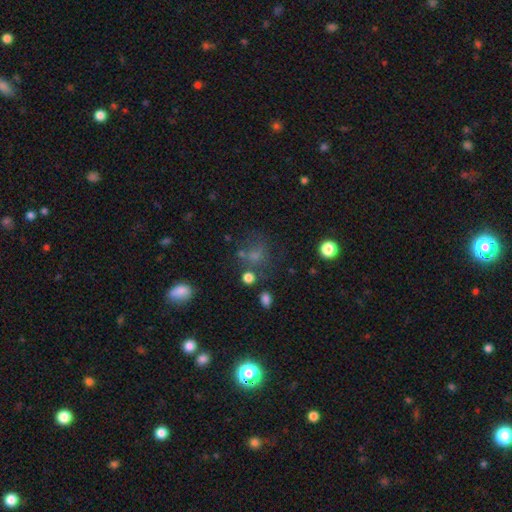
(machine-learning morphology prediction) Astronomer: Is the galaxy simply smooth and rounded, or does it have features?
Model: smooth — 58%.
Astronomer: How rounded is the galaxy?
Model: round — 68%.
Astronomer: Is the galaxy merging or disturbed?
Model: none — 52%.